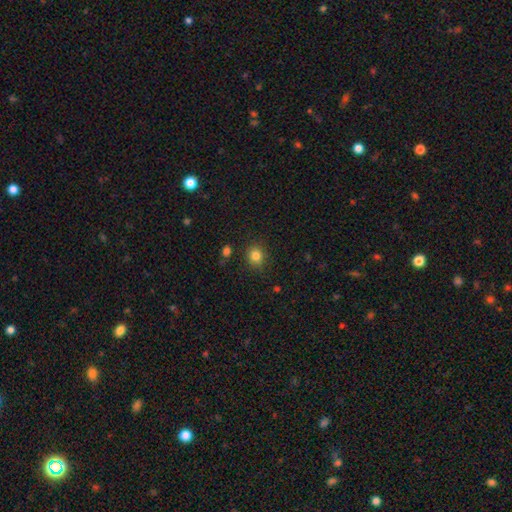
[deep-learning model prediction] Overall: smooth (83%). How rounded: round (78%). Merging: none (86%).